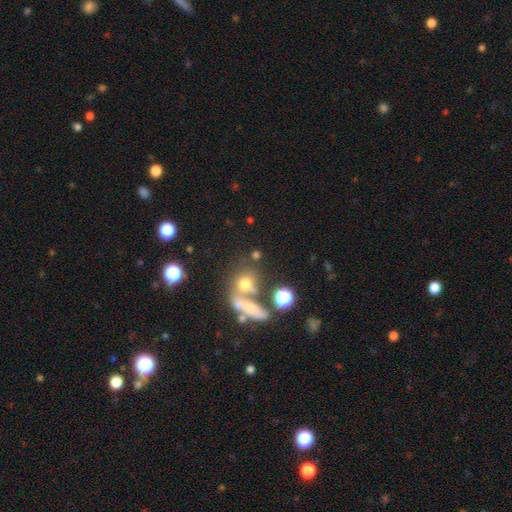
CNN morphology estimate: A smooth galaxy with no disk features (59%) that is round (67%).

Vote fractions:
- Smooth or featured? smooth: 59% / star or artifact: 23% / featured or disk: 18%
- How rounded? round: 67% / in between: 25% / cigar-shaped: 9%
- Merging? none: 50% / merger: 31% / minor disturbance: 11% / major disturbance: 8%